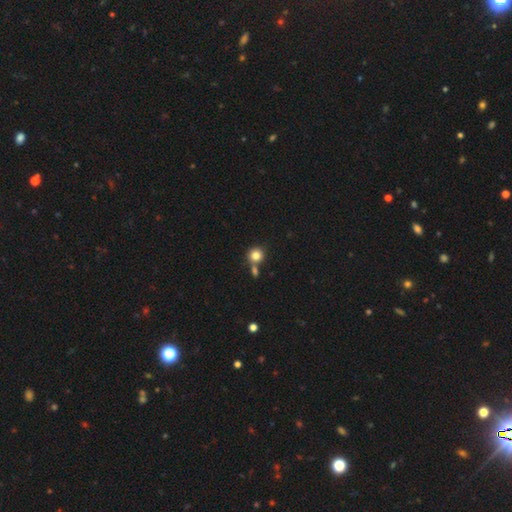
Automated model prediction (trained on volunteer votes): smooth-or-featured: smooth: 82% | star or artifact: 11% | featured or disk: 7%
  how-rounded: round: 91% | in between: 8% | cigar-shaped: 1%
  merging: none: 65% | merger: 24% | minor disturbance: 9% | major disturbance: 3%